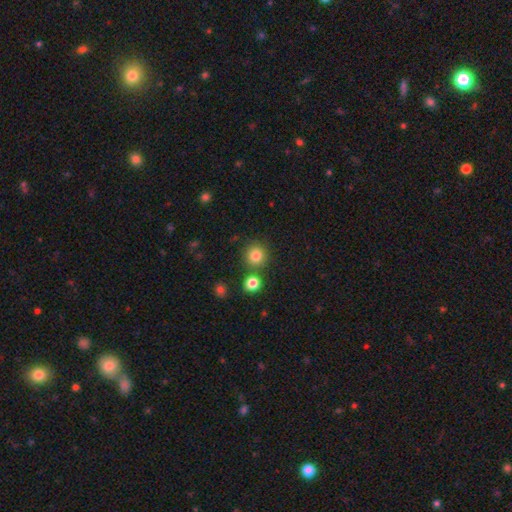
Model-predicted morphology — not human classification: This appears to be a smooth galaxy with no disk features (82%) that is round (92%). Merging: none (81%).